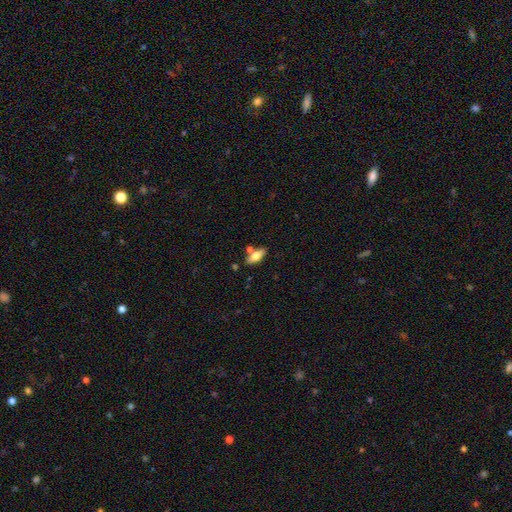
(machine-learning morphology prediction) smooth 67%, featured or disk 26%, star or artifact 7%. Down the decision tree: how rounded — in between (75%); merging — none (72%).